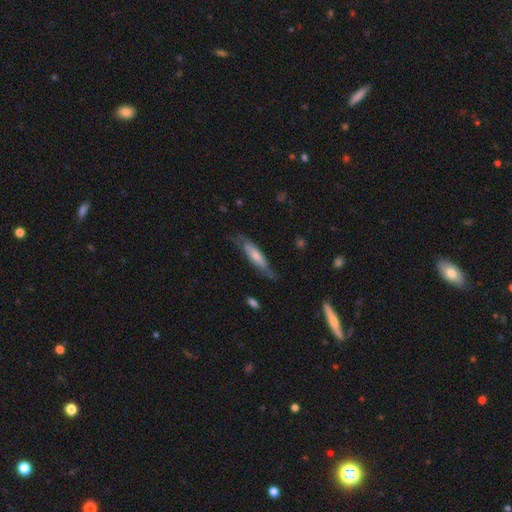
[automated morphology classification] Smooth or featured: smooth — 51% (featured or disk — 44%)
How rounded: cigar-shaped — 72% (in between — 27%)
Merging: none — 62% (minor disturbance — 26%)